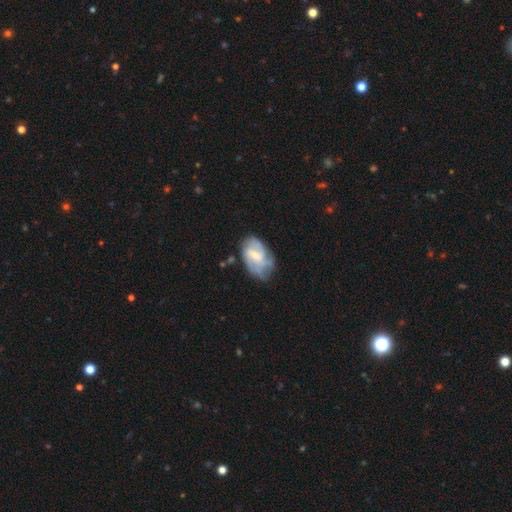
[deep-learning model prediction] This is possibly a featured or disk galaxy (59%). It is clearly not viewed edge-on (97%). Bar: possibly weak (51%). Spiral arm pattern: likely yes (71%). Central bulge: possibly small (46%). Merging: possibly none (48%).